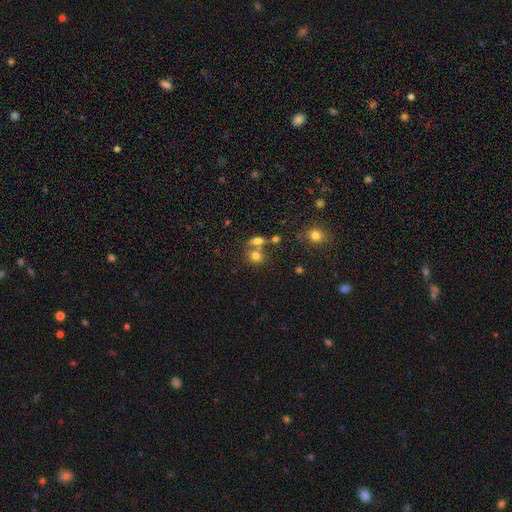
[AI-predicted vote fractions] smooth_or_featured: smooth (p=0.75) [alt: star or artifact p=0.13]
how_rounded: round (p=0.61) [alt: in between p=0.36]
merging: none (p=0.48) [alt: merger p=0.37]